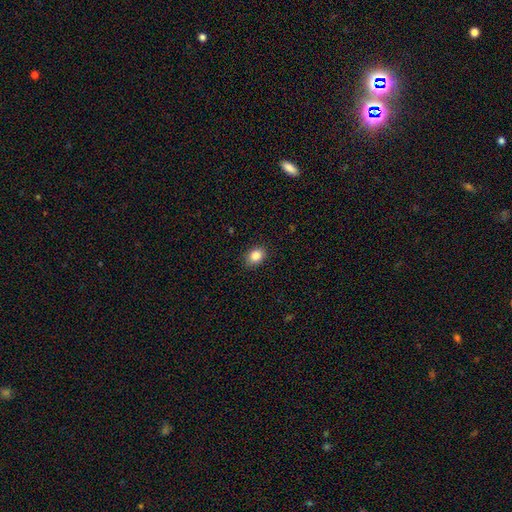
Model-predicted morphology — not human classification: Q: Smooth or featured?
A: smooth (86%); runner-up: star or artifact (9%)
Q: How rounded?
A: in between (62%); runner-up: round (37%)
Q: Merging?
A: none (86%); runner-up: minor disturbance (11%)